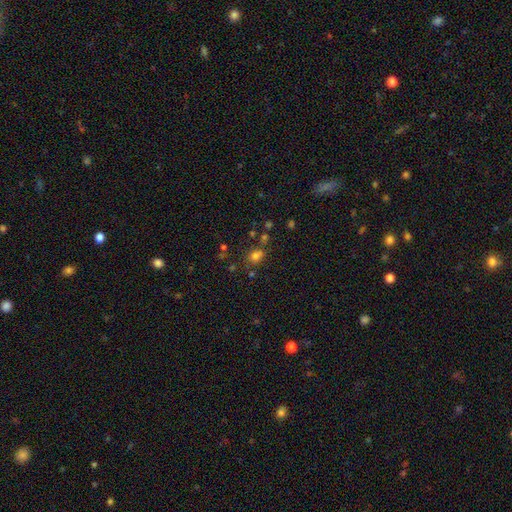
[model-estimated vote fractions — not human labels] Morphology: type=smooth (70%); roundness=round (58%); merging=none (69%).